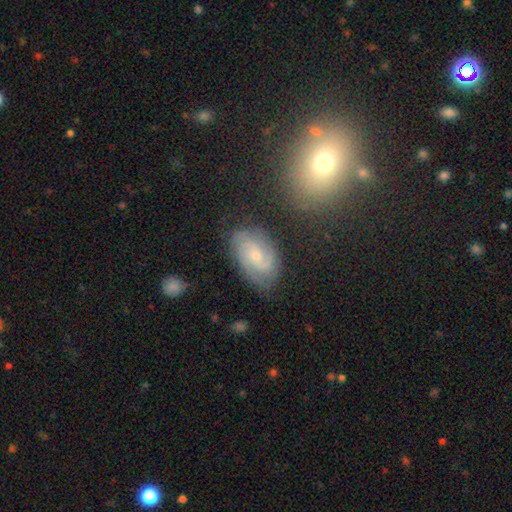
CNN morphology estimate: Q: Smooth or featured?
A: featured or disk (78%); runner-up: smooth (16%)
Q: Edge-on disk?
A: no (96%); runner-up: yes (4%)
Q: Bar?
A: no (53%); runner-up: weak (41%)
Q: Spiral arms?
A: yes (95%); runner-up: no (5%)
Q: Spiral winding?
A: tight (45%); runner-up: medium (43%)
Q: Spiral arm count?
A: 2 (60%); runner-up: 3 (16%)
Q: Bulge size?
A: small (66%); runner-up: moderate (28%)
Q: Merging?
A: none (76%); runner-up: minor disturbance (17%)